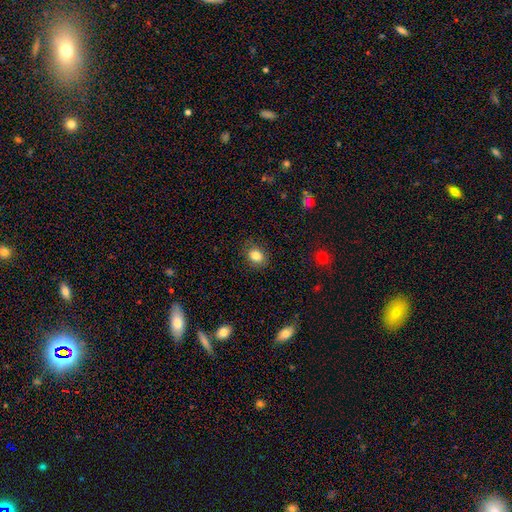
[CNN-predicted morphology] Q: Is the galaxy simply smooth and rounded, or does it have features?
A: smooth — 84%.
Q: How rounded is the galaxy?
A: round — 50%.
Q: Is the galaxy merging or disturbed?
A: none — 85%.